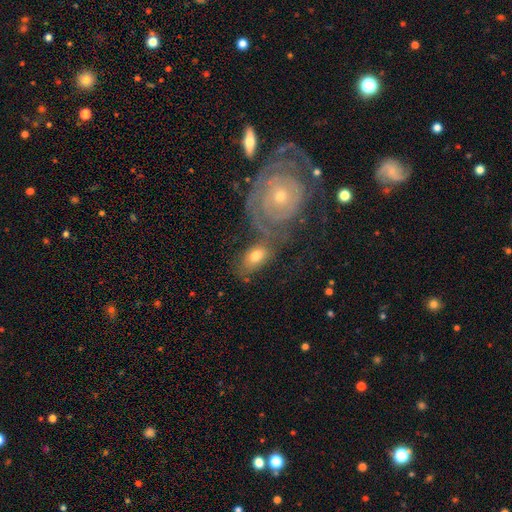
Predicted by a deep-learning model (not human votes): smooth_or_featured: smooth (p=0.54) [alt: featured or disk p=0.39]
how_rounded: in between (p=0.87) [alt: round p=0.10]
merging: none (p=0.50) [alt: merger p=0.27]